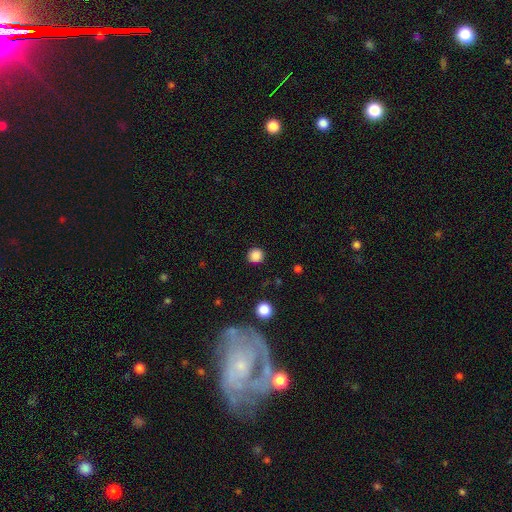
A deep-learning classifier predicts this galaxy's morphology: smooth 85%, star or artifact 12%, featured or disk 3%. Down the decision tree: how rounded — round (92%); merging — none (90%).